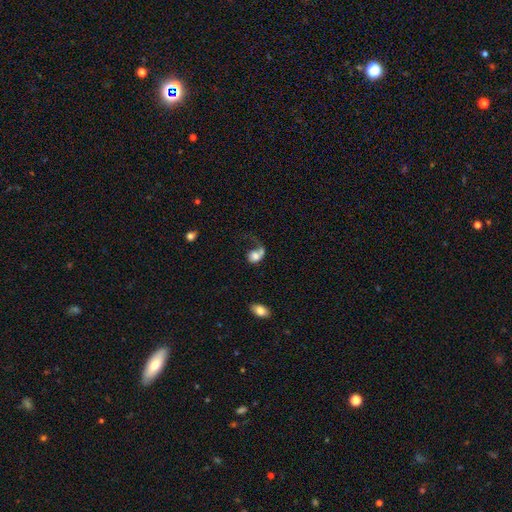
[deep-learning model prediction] smooth_or_featured: smooth (p=0.56) [alt: featured or disk p=0.36]
how_rounded: round (p=0.52) [alt: in between p=0.46]
merging: major disturbance (p=0.42) [alt: merger p=0.23]